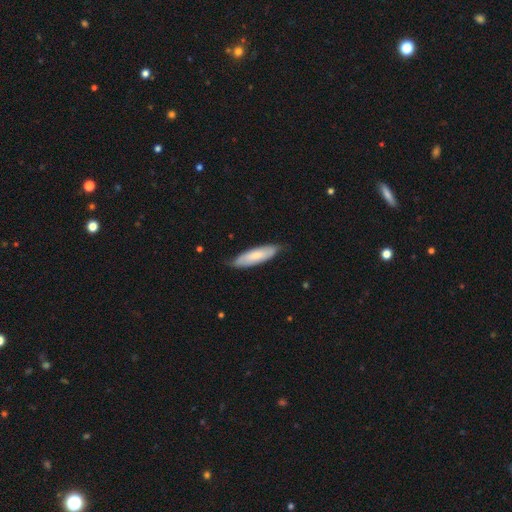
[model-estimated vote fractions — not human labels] The model was most divided on "how rounded": cigar-shaped: 52%, in between: 46%, round: 1%. More confident: merging — none (76%); smooth or featured — smooth (73%).